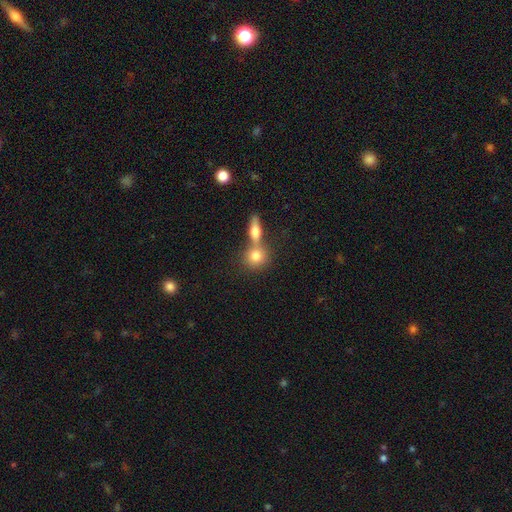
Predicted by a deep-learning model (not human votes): The model was most divided on "merging": merger: 46%, none: 44%, minor disturbance: 8%, major disturbance: 3%. More confident: smooth or featured — smooth (77%); how rounded — round (75%).